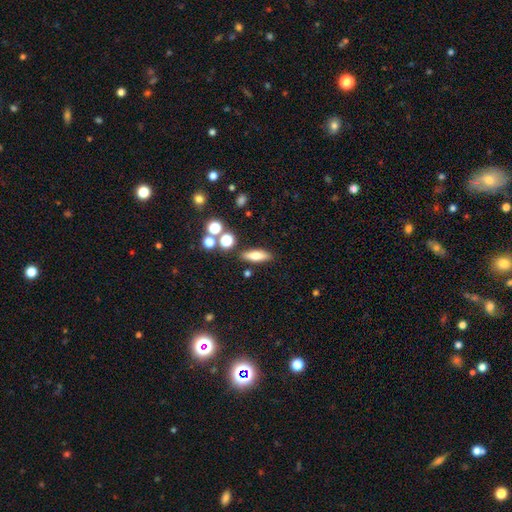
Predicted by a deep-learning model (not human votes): Smooth or featured? Predicted: smooth (p=0.70). How rounded? Predicted: in between (p=0.51). Merging? Predicted: none (p=0.81).